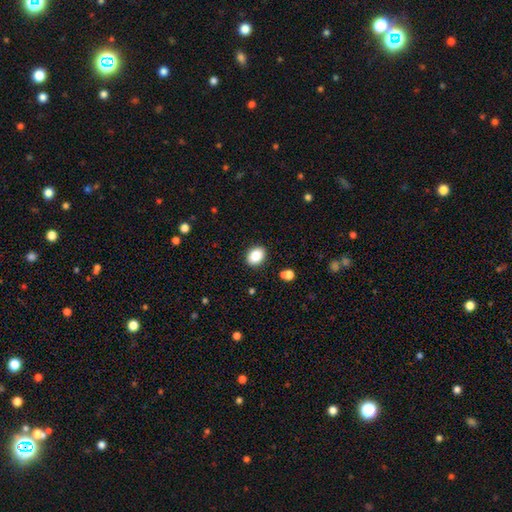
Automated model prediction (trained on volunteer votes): Morphology: type=smooth (85%); roundness=in between (63%); merging=none (89%).